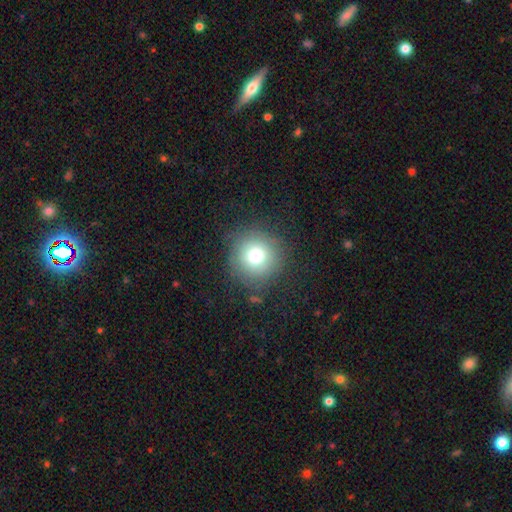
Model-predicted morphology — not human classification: smooth-or-featured: smooth: 74% | featured or disk: 13% | star or artifact: 13%
  how-rounded: round: 95% | in between: 4% | cigar-shaped: 1%
  merging: none: 83% | minor disturbance: 11% | major disturbance: 5% | merger: 1%